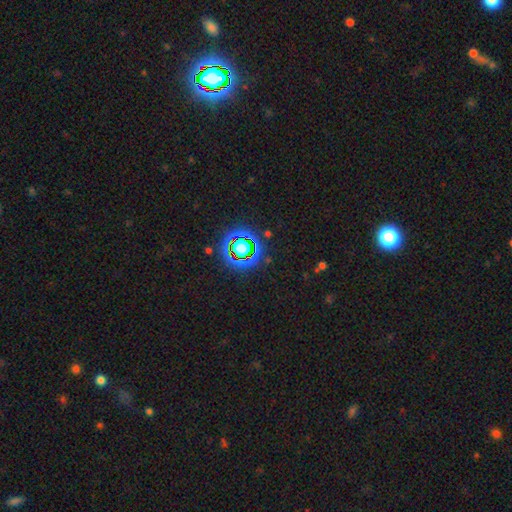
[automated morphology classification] The model was most divided on "smooth or featured": star or artifact: 79%, smooth: 12%, featured or disk: 8%.